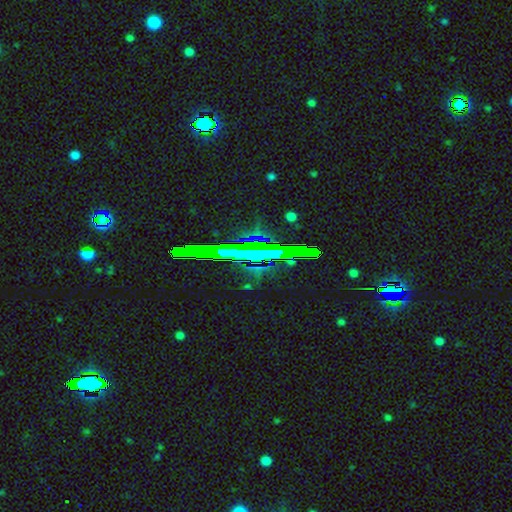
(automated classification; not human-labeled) This appears to be a star or artifact, not a galaxy (57%).